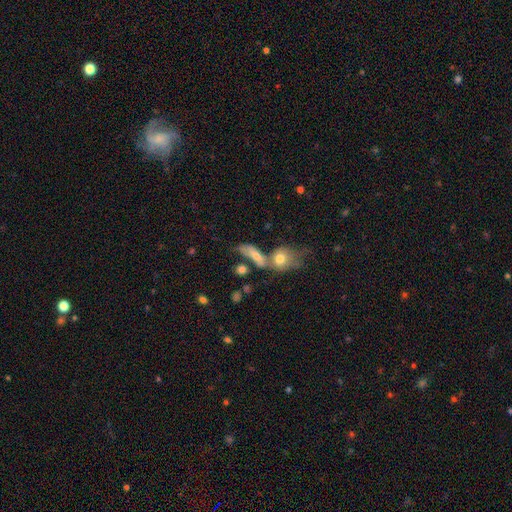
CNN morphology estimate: type=smooth (64%); roundness=in between (64%); merging=merger (56%).